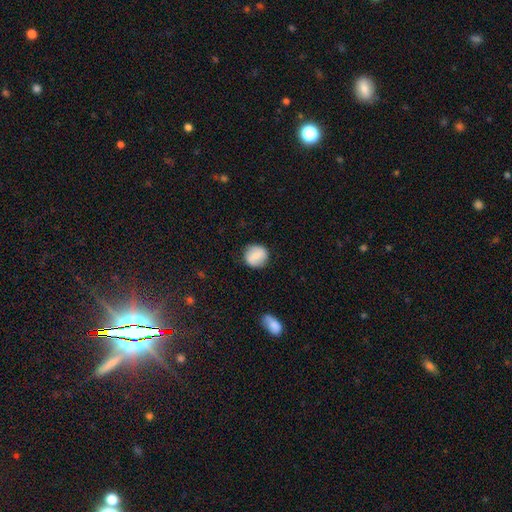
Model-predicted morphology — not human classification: Q: Smooth or featured?
A: smooth (70%); runner-up: featured or disk (22%)
Q: How rounded?
A: round (89%); runner-up: in between (10%)
Q: Merging?
A: none (86%); runner-up: minor disturbance (10%)